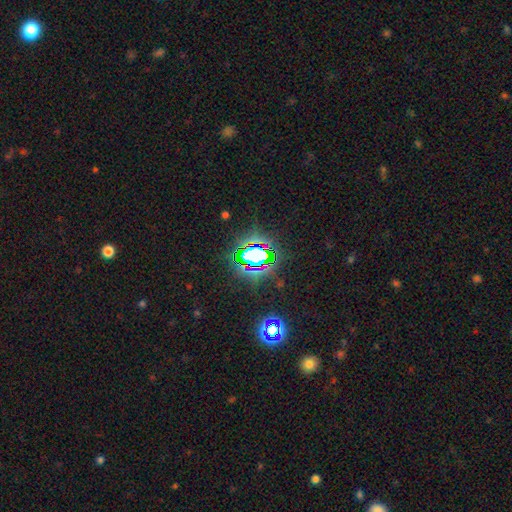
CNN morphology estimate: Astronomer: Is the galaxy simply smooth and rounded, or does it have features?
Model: star or artifact — 72%.